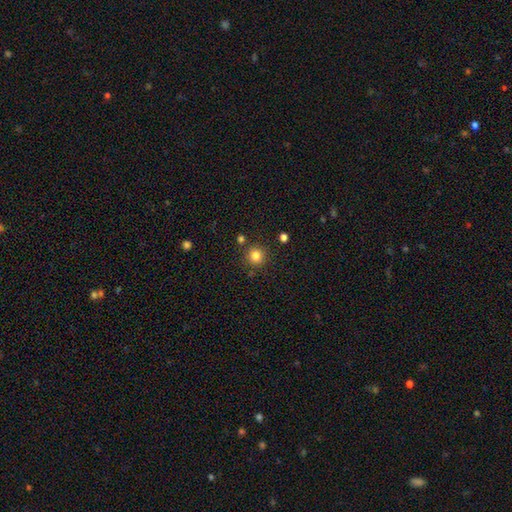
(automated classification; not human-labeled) smooth-or-featured: smooth: 83% | star or artifact: 12% | featured or disk: 5%
  how-rounded: round: 92% | in between: 7% | cigar-shaped: 1%
  merging: none: 84% | minor disturbance: 8% | merger: 5% | major disturbance: 3%